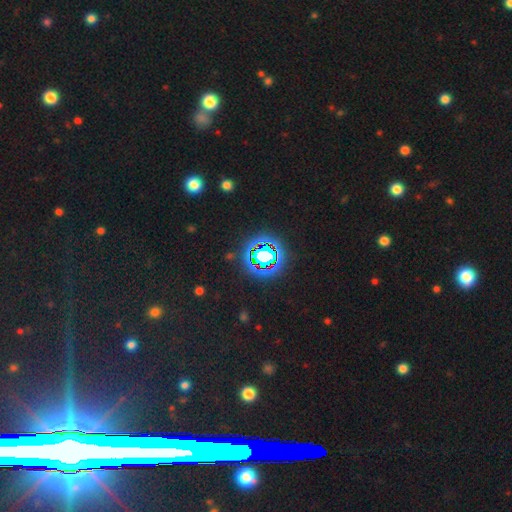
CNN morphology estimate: type=star or artifact (78%).